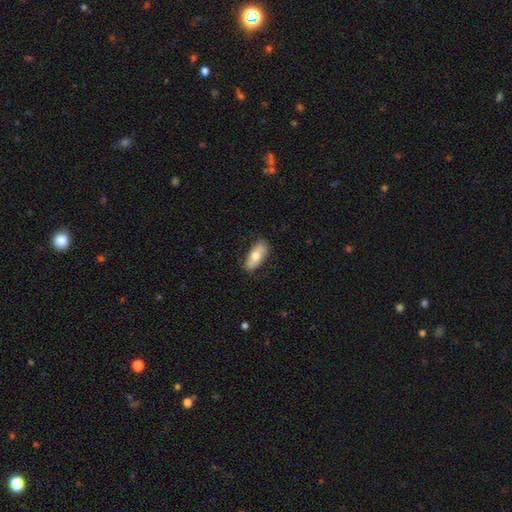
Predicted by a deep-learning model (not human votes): A smooth galaxy with no disk features (66%) that is in between round and cigar-shaped (83%).

Vote fractions:
- Smooth or featured? smooth: 66% / featured or disk: 28% / star or artifact: 6%
- How rounded? in between: 83% / cigar-shaped: 14% / round: 3%
- Merging? none: 80% / minor disturbance: 15% / major disturbance: 3% / merger: 1%